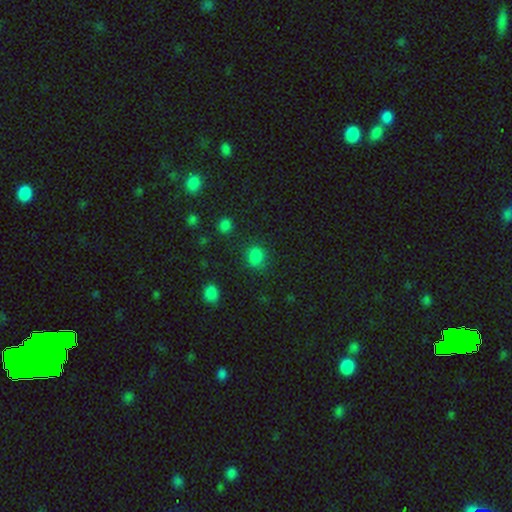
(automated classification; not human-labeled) smooth 81%, star or artifact 16%, featured or disk 4%. Down the decision tree: how rounded — round (70%); merging — none (77%).